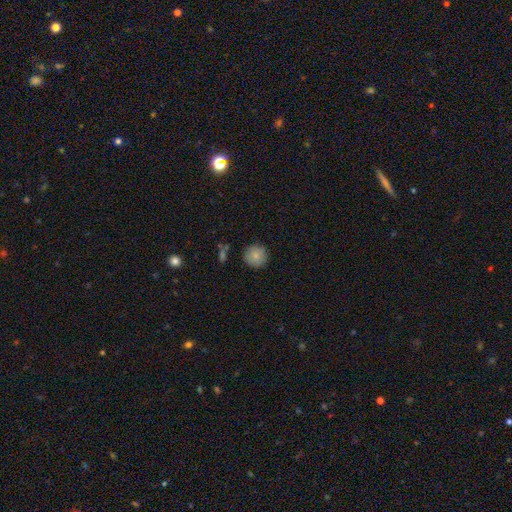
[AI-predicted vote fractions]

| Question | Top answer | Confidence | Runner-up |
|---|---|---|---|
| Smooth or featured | smooth | 83% | featured or disk (9%) |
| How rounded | round | 94% | in between (5%) |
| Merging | none | 87% | minor disturbance (9%) |